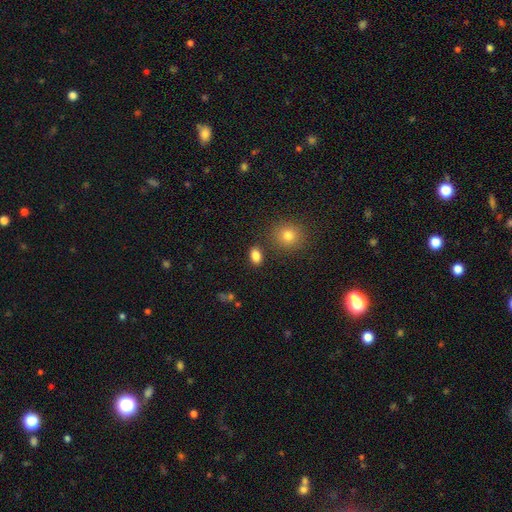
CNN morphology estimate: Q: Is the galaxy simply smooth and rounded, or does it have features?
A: smooth — 85%.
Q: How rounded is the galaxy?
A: in between — 79%.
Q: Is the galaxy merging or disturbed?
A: none — 84%.